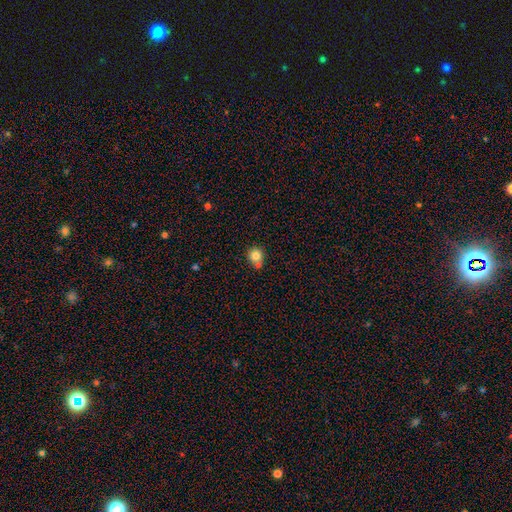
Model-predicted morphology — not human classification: smooth 82%, star or artifact 11%, featured or disk 7%. Down the decision tree: how rounded — round (89%); merging — none (61%).